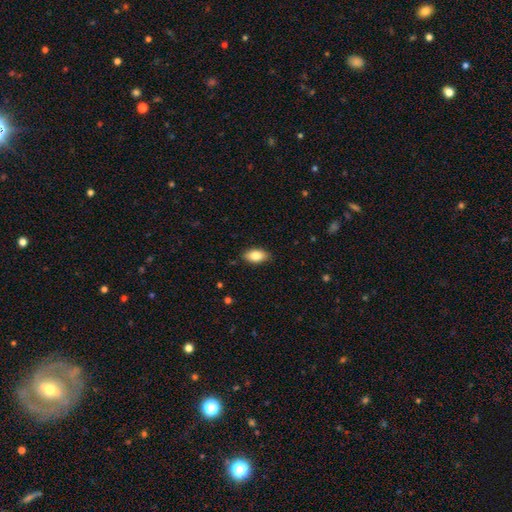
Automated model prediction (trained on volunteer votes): Smooth or featured? smooth (83%)
How rounded? in between (91%)
Merging? none (86%)